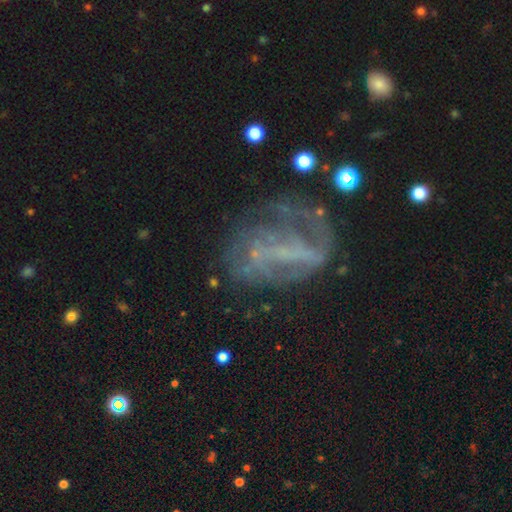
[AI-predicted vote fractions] The model was most divided on "bar": no: 44%, weak: 35%, strong: 21%. Remaining: edge-on disk — no (97%); smooth or featured — featured or disk (72%); spiral arms — yes (59%); merging — none (48%); bulge size — none (48%).